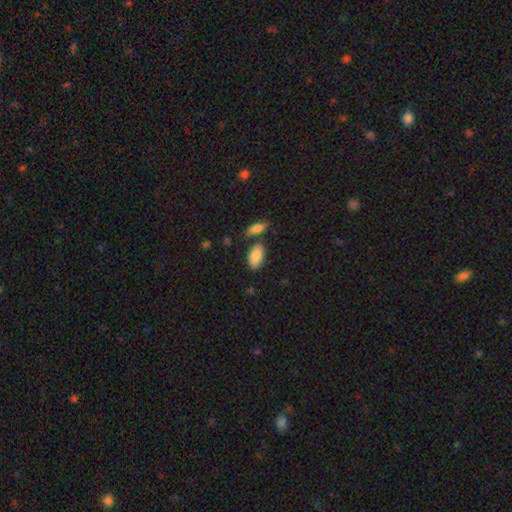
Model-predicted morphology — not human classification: Overall: smooth (85%). How rounded: in between (93%). Merging: none (70%).